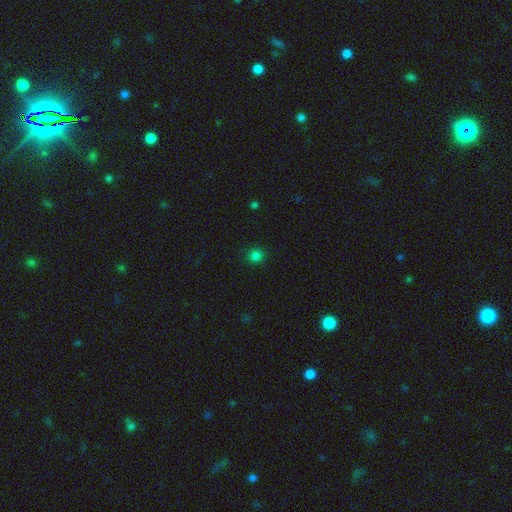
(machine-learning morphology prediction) A smooth galaxy with no disk features (81%) that is round (90%).

Vote fractions:
- Smooth or featured? smooth: 81% / star or artifact: 16% / featured or disk: 3%
- How rounded? round: 90% / in between: 9% / cigar-shaped: 1%
- Merging? none: 90% / minor disturbance: 7% / major disturbance: 2% / merger: 1%